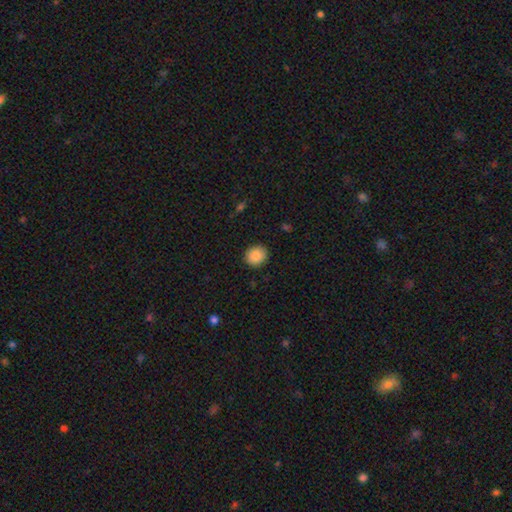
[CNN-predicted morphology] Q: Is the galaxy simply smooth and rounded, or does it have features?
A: smooth — 89%.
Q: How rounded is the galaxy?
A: round — 82%.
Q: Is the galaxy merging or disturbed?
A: none — 90%.